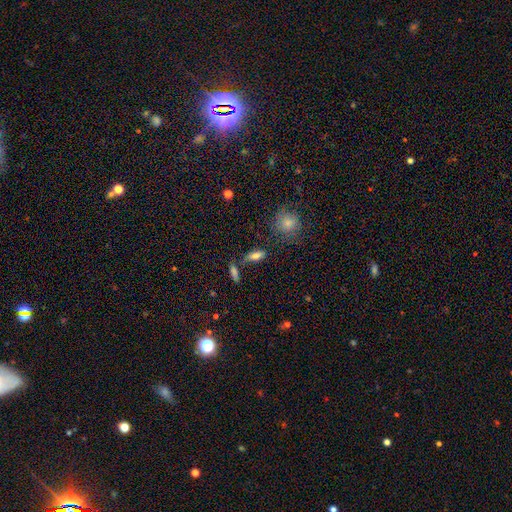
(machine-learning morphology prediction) This is likely a smooth galaxy (74%). How rounded: likely in between (70%). Merging: possibly none (60%).